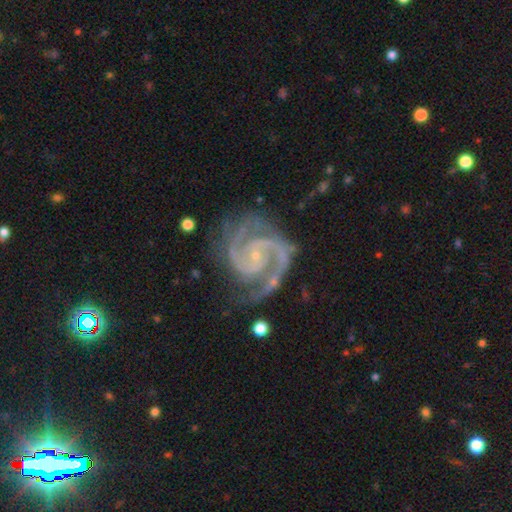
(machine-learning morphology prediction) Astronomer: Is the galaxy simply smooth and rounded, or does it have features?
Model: featured or disk — 94%.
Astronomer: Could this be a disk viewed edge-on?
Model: no — 98%.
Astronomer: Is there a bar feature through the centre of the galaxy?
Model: no — 62%.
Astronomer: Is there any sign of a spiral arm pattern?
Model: yes — 99%.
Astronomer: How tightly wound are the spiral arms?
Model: tight — 49% (runner-up: medium, 47%).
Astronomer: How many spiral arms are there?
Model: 2 — 75%.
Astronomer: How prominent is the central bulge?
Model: small — 85%.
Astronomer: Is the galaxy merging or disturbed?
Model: none — 69%.